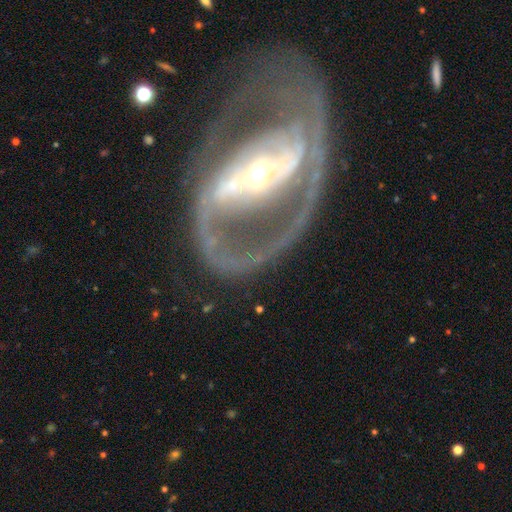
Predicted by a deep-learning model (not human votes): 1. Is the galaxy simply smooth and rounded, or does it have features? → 88% featured or disk, 7% smooth, 5% star or artifact.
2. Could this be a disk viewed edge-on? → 94% no, 6% yes.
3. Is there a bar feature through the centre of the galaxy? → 64% strong, 22% weak, 15% no.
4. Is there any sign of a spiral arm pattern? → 81% yes, 19% no.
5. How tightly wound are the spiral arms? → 45% medium, 33% tight, 22% loose.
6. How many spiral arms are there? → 79% 2, 9% can't tell, 6% 1, 3% 3, 2% 4, 2% more than 4.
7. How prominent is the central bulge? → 46% small, 45% moderate, 6% large, 2% dominant, 1% none.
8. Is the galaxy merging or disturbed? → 58% none, 22% major disturbance, 16% minor disturbance, 4% merger.